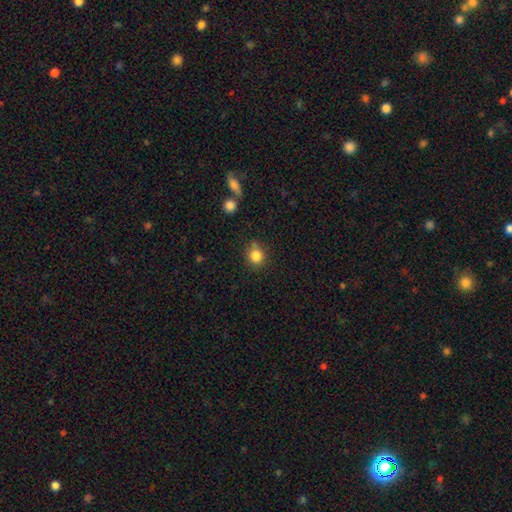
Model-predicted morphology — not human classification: Q: Smooth or featured?
A: smooth (84%); runner-up: star or artifact (11%)
Q: How rounded?
A: round (85%); runner-up: in between (14%)
Q: Merging?
A: none (76%); runner-up: minor disturbance (14%)